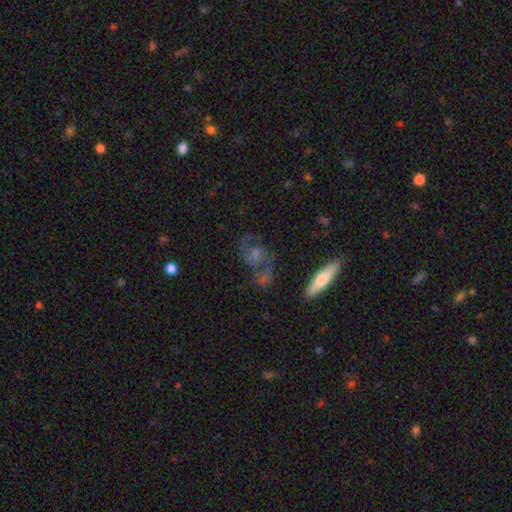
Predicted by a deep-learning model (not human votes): Smooth or featured: featured or disk — 76% (smooth — 14%)
Edge-on disk: no — 91% (yes — 9%)
Bar: no — 65% (weak — 28%)
Spiral arms: yes — 86% (no — 14%)
Spiral winding: medium — 49% (loose — 33%)
Spiral arm count: 2 — 87% (can't tell — 6%)
Bulge size: moderate — 35% (small — 30%)
Merging: none — 64% (minor disturbance — 16%)